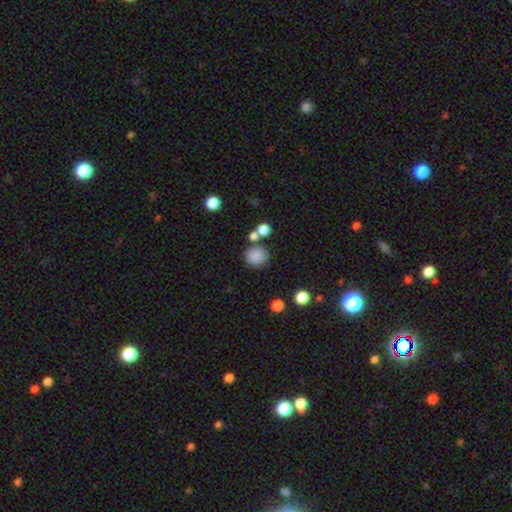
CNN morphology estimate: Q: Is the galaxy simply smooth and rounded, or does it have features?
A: smooth — 85%.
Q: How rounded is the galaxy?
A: round — 88%.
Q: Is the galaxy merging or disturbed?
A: none — 74%.